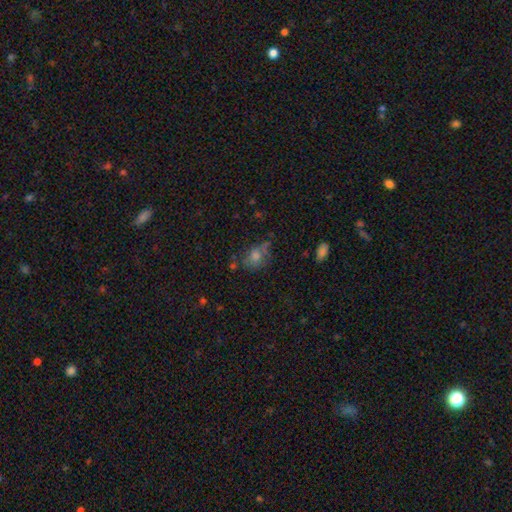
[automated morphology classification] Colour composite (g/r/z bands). It shows a smooth galaxy with no disk features (55%) that is round (55%). Merging: none (59%).